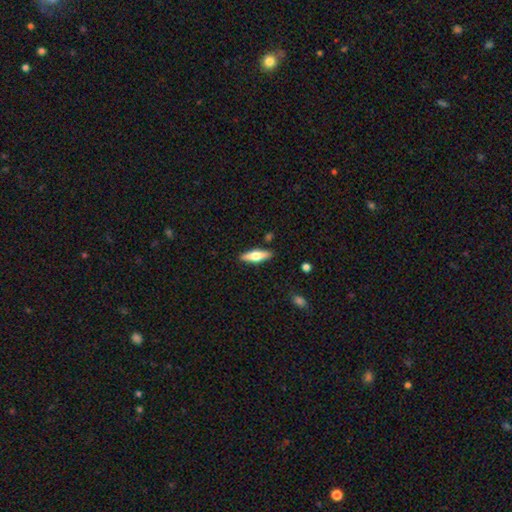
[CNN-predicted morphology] type=smooth (52%); roundness=cigar-shaped (53%); merging=none (88%).